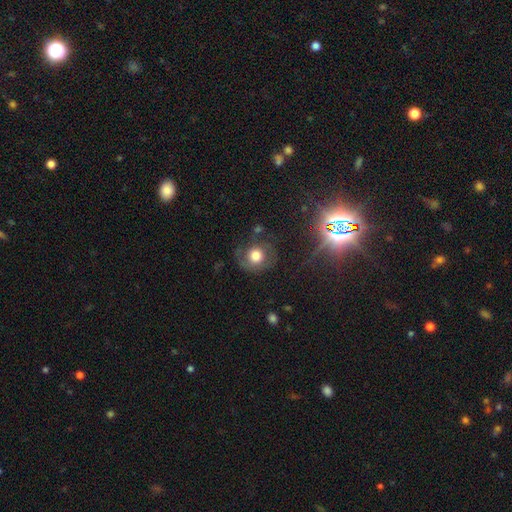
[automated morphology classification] smooth_or_featured: smooth (p=0.58) [alt: featured or disk p=0.28]
how_rounded: round (p=0.83) [alt: in between p=0.16]
merging: none (p=0.64) [alt: minor disturbance p=0.20]